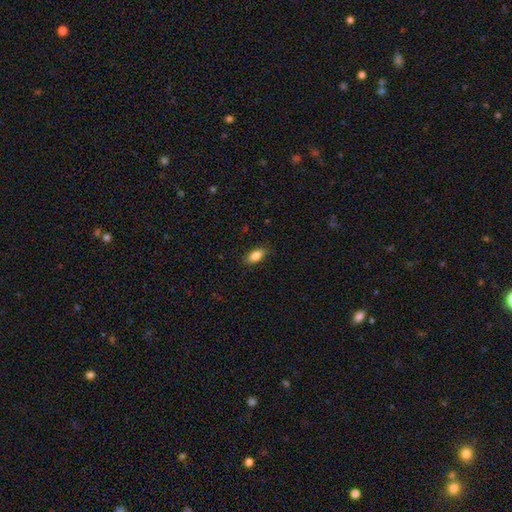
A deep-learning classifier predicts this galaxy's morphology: smooth 85%, featured or disk 8%, star or artifact 8%. Down the decision tree: how rounded — in between (88%); merging — none (85%).